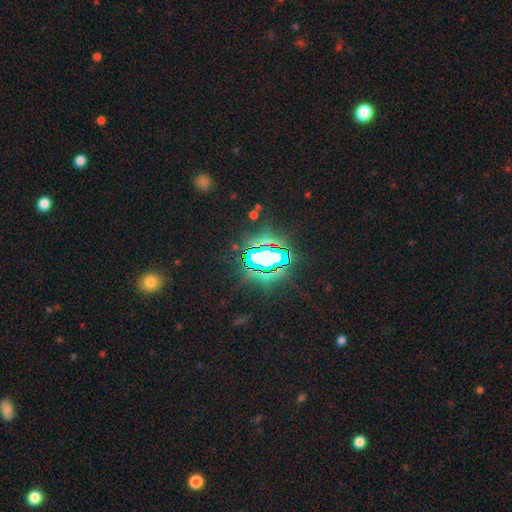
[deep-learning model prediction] This appears to be a star or artifact, not a galaxy (82%).